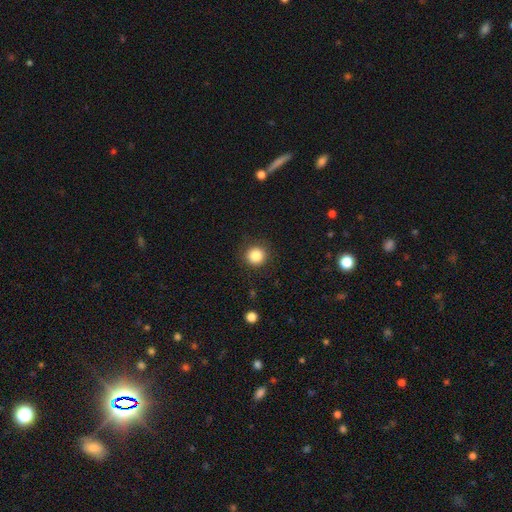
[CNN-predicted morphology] A smooth galaxy with no disk features (86%) that is round (93%).

Vote fractions:
- Smooth or featured? smooth: 86% / star or artifact: 10% / featured or disk: 4%
- How rounded? round: 93% / in between: 6% / cigar-shaped: 1%
- Merging? none: 89% / minor disturbance: 7% / major disturbance: 3% / merger: 1%